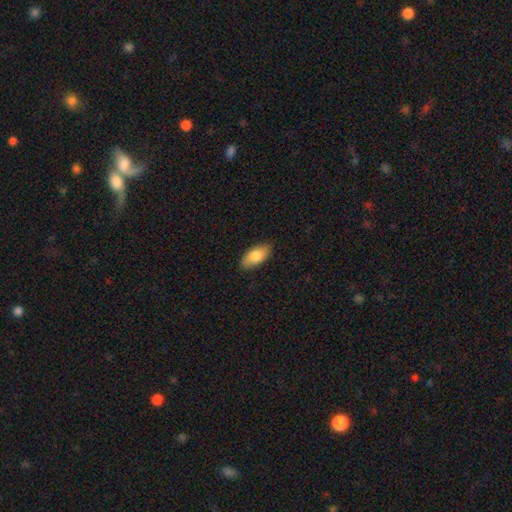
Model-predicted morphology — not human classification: The model was most divided on "smooth or featured": smooth: 81%, featured or disk: 13%, star or artifact: 6%. More confident: how rounded — in between (90%); merging — none (88%).